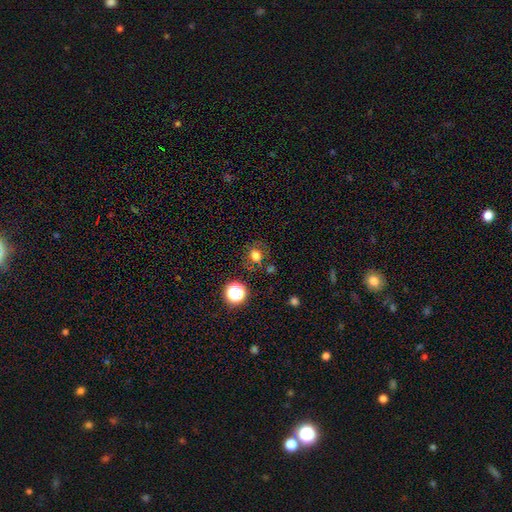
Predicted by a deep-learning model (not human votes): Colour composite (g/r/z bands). It shows a smooth galaxy with no disk features (73%) that is round (71%). Merging: none (74%).